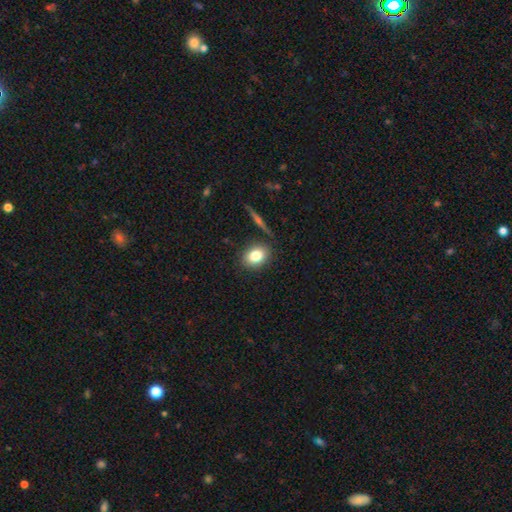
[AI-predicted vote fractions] Smooth or featured? Predicted: smooth (p=0.79). How rounded? Predicted: in between (p=0.59). Merging? Predicted: none (p=0.84).